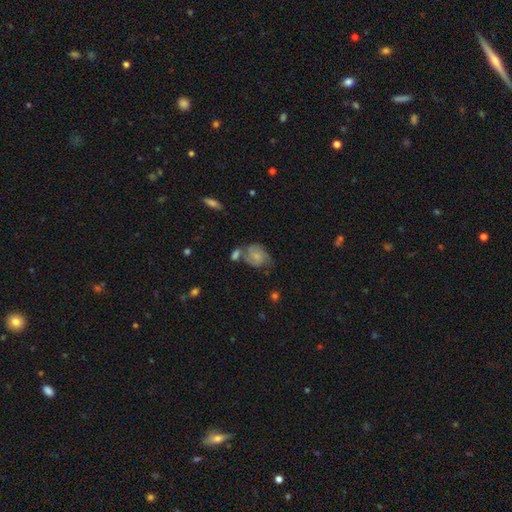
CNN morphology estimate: featured or disk 47%, smooth 44%, star or artifact 9%. Down the decision tree: merging — none (40%).